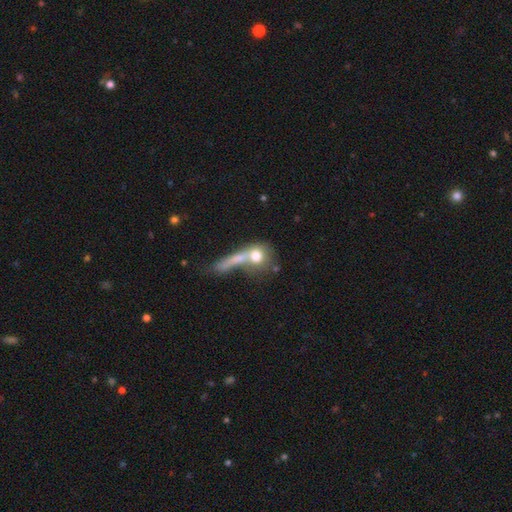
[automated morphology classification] This is likely a smooth galaxy (67%). How rounded: likely round (69%). Merging: marginally merger (38%).